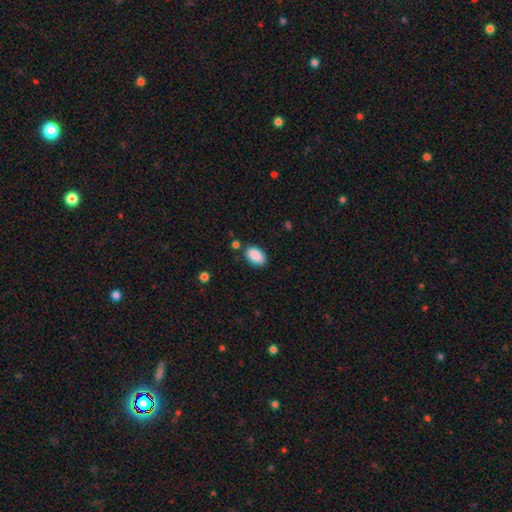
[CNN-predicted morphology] The model was most divided on "merging": none: 82%, minor disturbance: 12%, merger: 3%, major disturbance: 3%. More confident: how rounded — in between (93%); smooth or featured — smooth (90%).